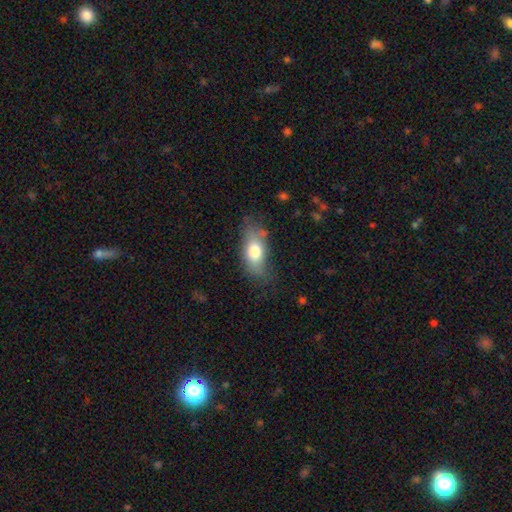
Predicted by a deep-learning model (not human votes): This is likely a smooth galaxy (71%). How rounded: clearly in between (83%). Merging: likely none (65%).